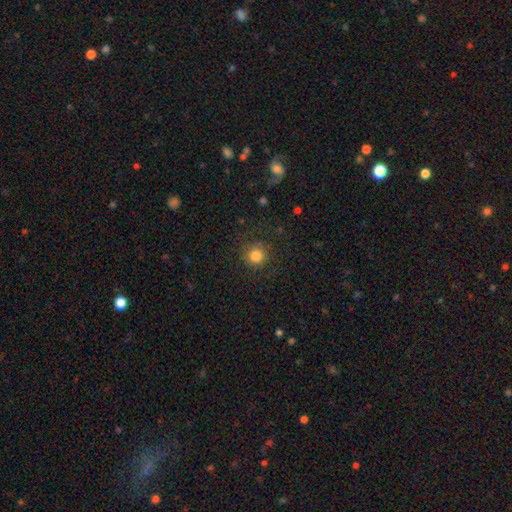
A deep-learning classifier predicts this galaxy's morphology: This is clearly a smooth galaxy (82%). How rounded: clearly round (94%). Merging: clearly none (85%).